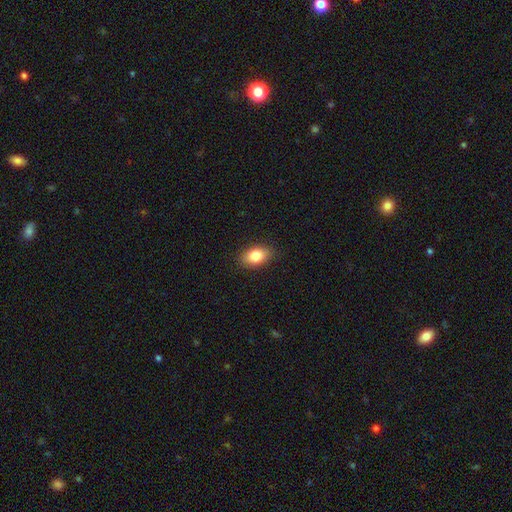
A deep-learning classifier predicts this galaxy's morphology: This is clearly a smooth galaxy (85%). How rounded: clearly in between (89%). Merging: clearly none (87%).